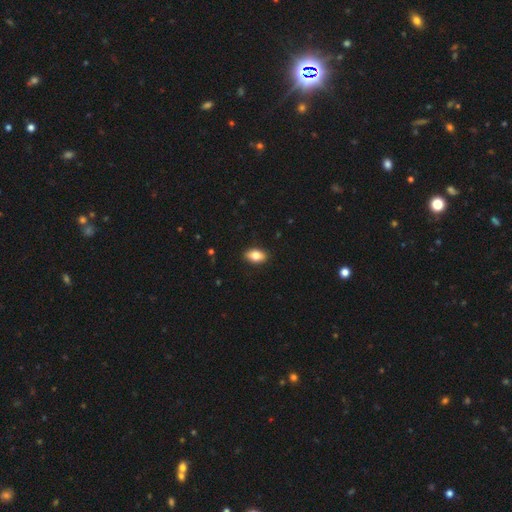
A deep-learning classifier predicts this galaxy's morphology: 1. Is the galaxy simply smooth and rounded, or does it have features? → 81% smooth, 12% featured or disk, 8% star or artifact.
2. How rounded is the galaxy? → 88% in between, 10% round, 2% cigar-shaped.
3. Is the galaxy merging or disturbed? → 89% none, 8% minor disturbance, 2% major disturbance, 1% merger.